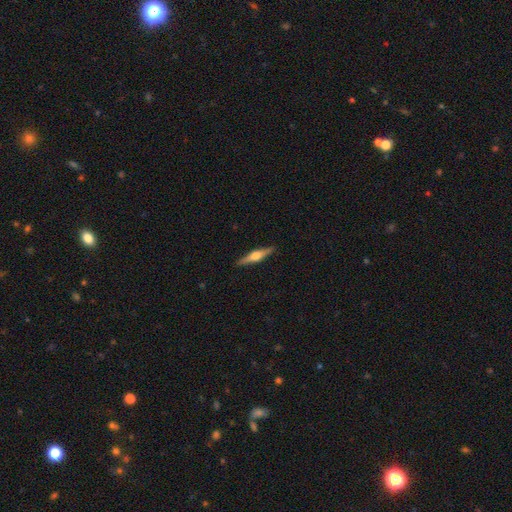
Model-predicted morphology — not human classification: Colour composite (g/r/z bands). It shows a featured or disk galaxy (72%) viewed edge-on (98%) with a rounded central bulge (93%). Merging: none (91%).